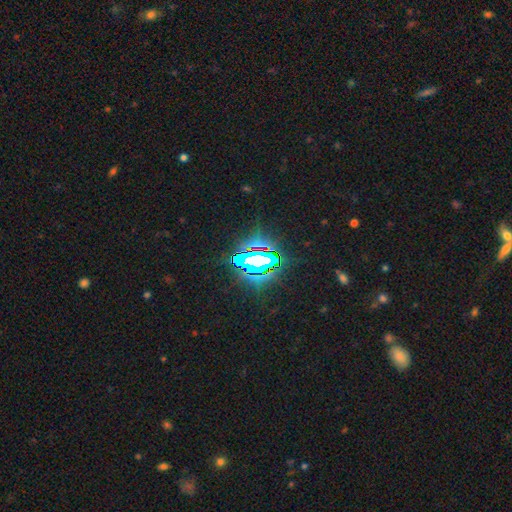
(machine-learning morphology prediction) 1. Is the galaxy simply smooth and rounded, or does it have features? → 76% star or artifact, 13% smooth, 12% featured or disk.